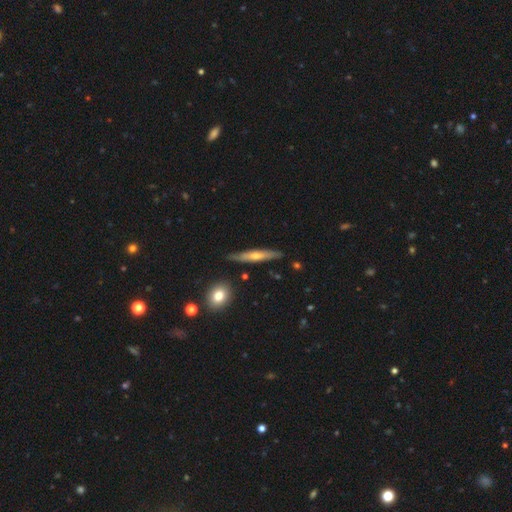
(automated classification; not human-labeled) featured or disk 51%, smooth 43%, star or artifact 6%. Down the decision tree: edge-on disk — yes (87%); merging — none (83%).